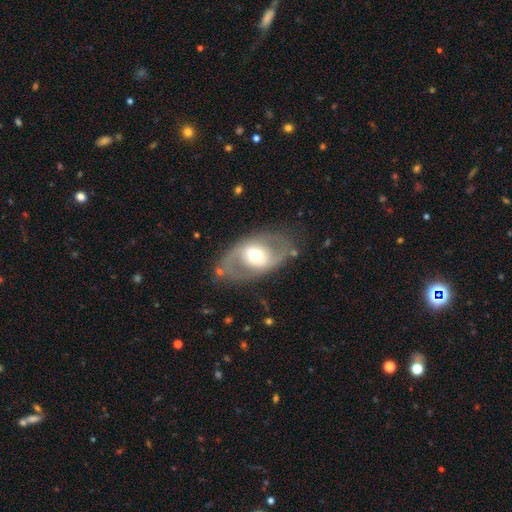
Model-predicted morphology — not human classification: Smooth or featured? featured or disk (67%)
Edge-on disk? no (93%)
Bar? no (43%)
Spiral arms? yes (55%)
Bulge size? moderate (61%)
Merging? none (75%)